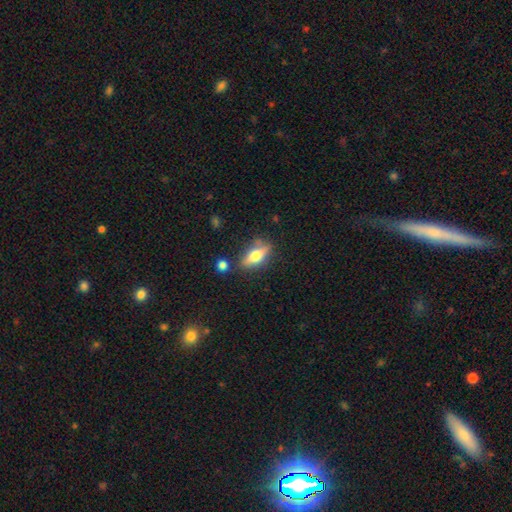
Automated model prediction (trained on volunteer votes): Q: Smooth or featured?
A: smooth (59%); runner-up: featured or disk (34%)
Q: How rounded?
A: in between (69%); runner-up: cigar-shaped (26%)
Q: Merging?
A: none (73%); runner-up: minor disturbance (16%)